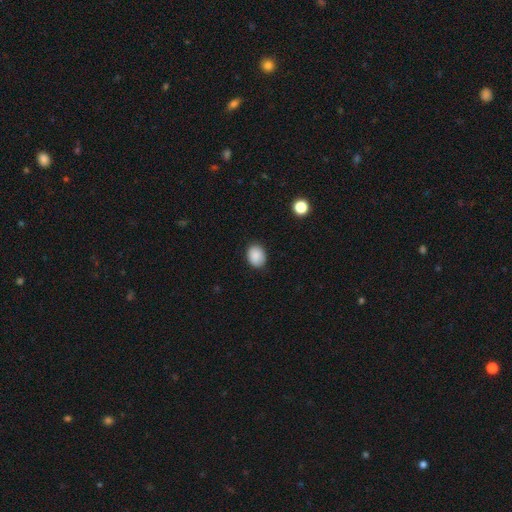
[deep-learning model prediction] Smooth or featured? Predicted: smooth (p=0.88). How rounded? Predicted: in between (p=0.61). Merging? Predicted: none (p=0.85).